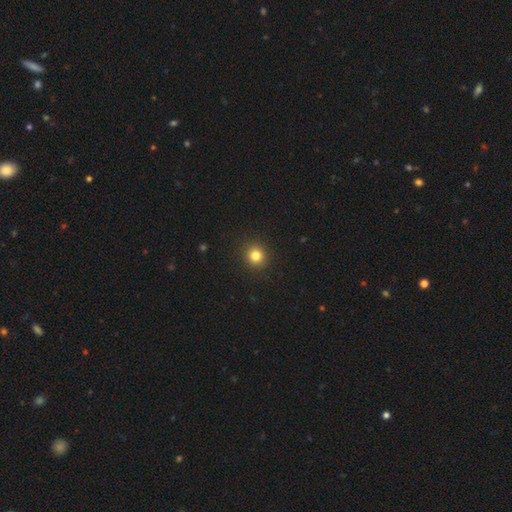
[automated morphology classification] Smooth or featured? Predicted: smooth (p=0.82). How rounded? Predicted: round (p=0.92). Merging? Predicted: none (p=0.93).